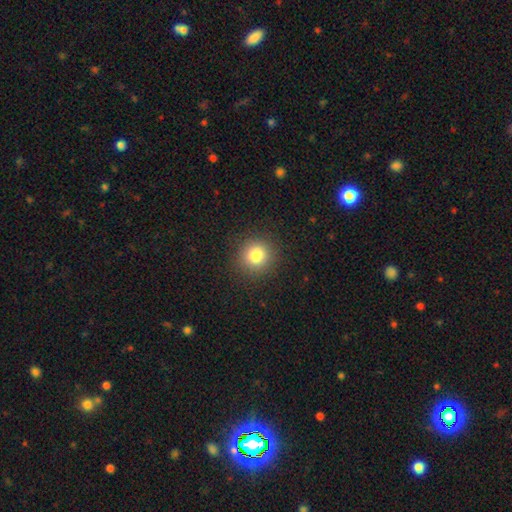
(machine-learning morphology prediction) This is clearly a smooth galaxy (82%). How rounded: clearly round (92%). Merging: clearly none (90%).